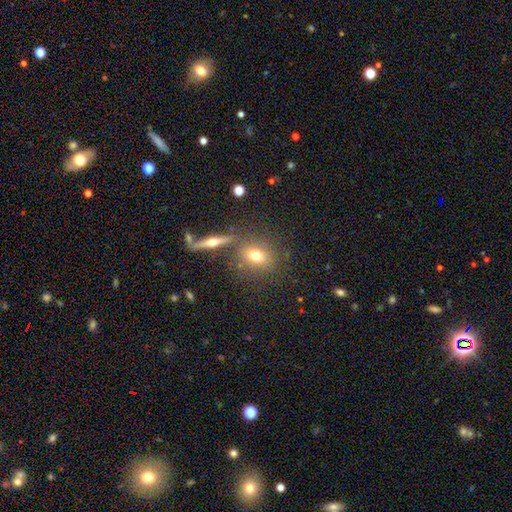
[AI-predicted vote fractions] This is likely a smooth galaxy (64%). How rounded: possibly in between (47%, tied with round). Merging: likely none (72%).